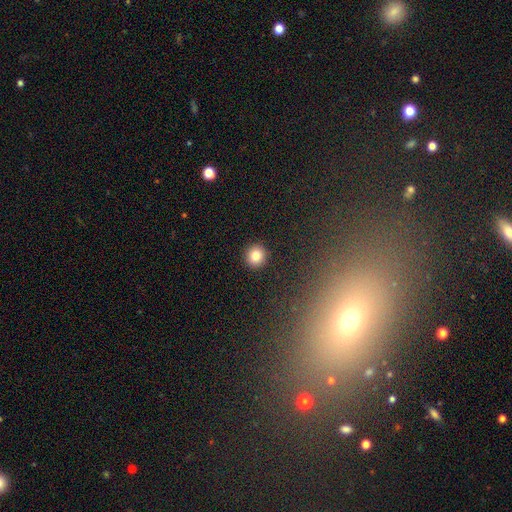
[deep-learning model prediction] Q: Smooth or featured?
A: smooth (83%); runner-up: star or artifact (11%)
Q: How rounded?
A: round (91%); runner-up: in between (8%)
Q: Merging?
A: none (92%); runner-up: minor disturbance (5%)